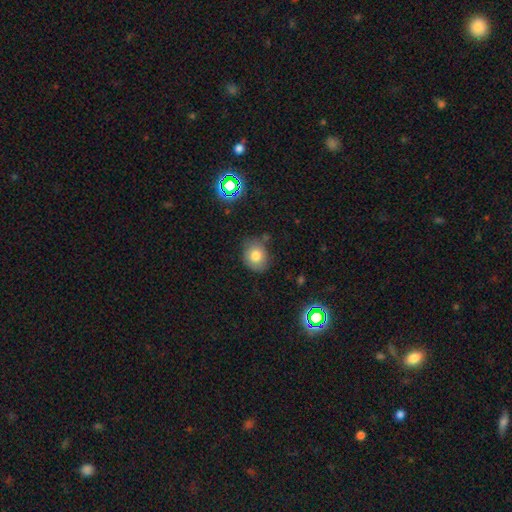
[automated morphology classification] A smooth galaxy with no disk features (77%) that is round (59%). Merging: none (75%).